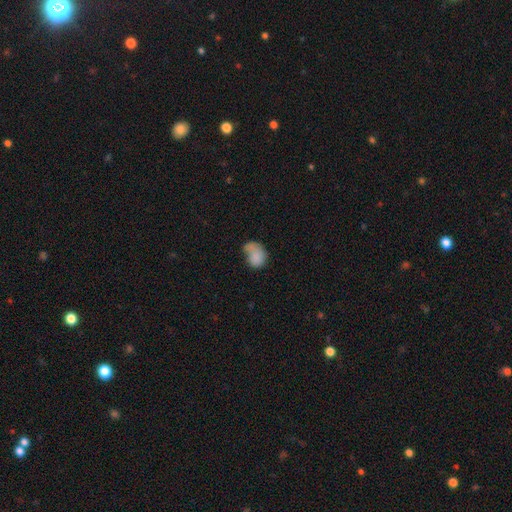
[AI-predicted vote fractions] Smooth or featured?
  - smooth: 78% *
  - featured or disk: 14%
  - star or artifact: 8%
How rounded?
  - in between: 60% *
  - round: 39%
  - cigar-shaped: 1%
Merging?
  - none: 30% *
  - major disturbance: 25%
  - minor disturbance: 25%
  - merger: 21%